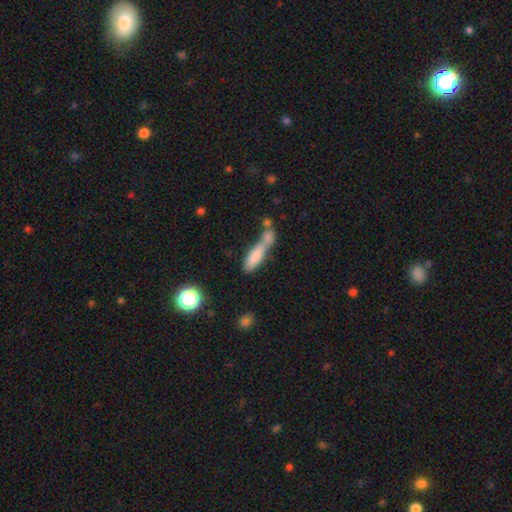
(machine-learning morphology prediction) A smooth galaxy with no disk features (75%) that is cigar-shaped (55%). Merging: merger (52%).